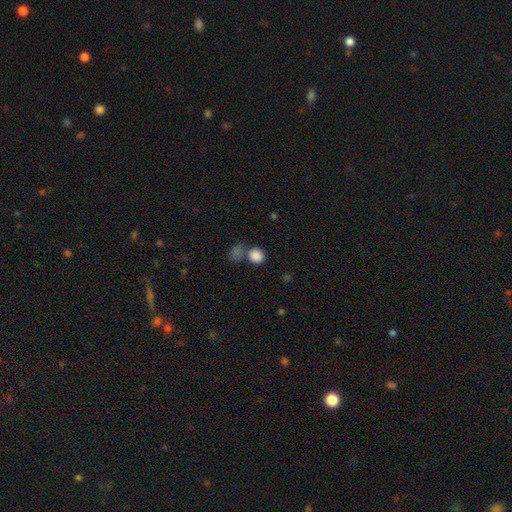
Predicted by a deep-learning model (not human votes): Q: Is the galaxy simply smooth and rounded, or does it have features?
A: smooth — 86%.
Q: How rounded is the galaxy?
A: round — 74%.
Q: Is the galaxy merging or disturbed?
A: none — 57%.